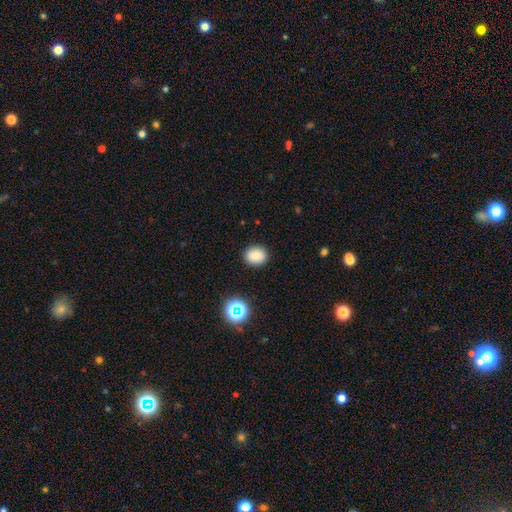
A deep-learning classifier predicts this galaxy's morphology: smooth-or-featured: smooth: 83% | star or artifact: 12% | featured or disk: 5%
  how-rounded: round: 63% | in between: 36% | cigar-shaped: 1%
  merging: none: 89% | minor disturbance: 7% | major disturbance: 2% | merger: 1%